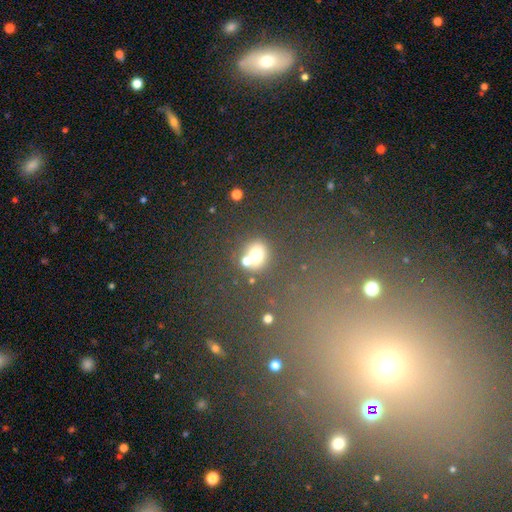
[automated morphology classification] Smooth or featured?
  - smooth: 68% *
  - star or artifact: 19%
  - featured or disk: 13%
How rounded?
  - round: 63% *
  - in between: 36%
  - cigar-shaped: 1%
Merging?
  - none: 46% *
  - merger: 36%
  - minor disturbance: 11%
  - major disturbance: 6%